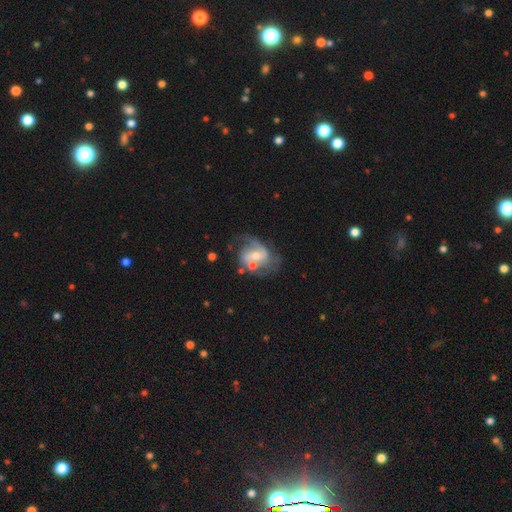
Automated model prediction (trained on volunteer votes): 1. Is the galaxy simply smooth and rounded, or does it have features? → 81% featured or disk, 13% smooth, 7% star or artifact.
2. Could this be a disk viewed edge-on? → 97% no, 3% yes.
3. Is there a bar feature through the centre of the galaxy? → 48% weak, 31% no, 21% strong.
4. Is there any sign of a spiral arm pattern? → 90% yes, 10% no.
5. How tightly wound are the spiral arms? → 47% medium, 32% loose, 21% tight.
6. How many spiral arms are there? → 69% 2, 12% 1, 11% can't tell, 5% 3, 2% 4, 1% more than 4.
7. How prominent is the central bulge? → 50% moderate, 44% small, 3% large, 2% none, 1% dominant.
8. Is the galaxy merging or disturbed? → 47% none, 19% minor disturbance, 17% merger, 16% major disturbance.